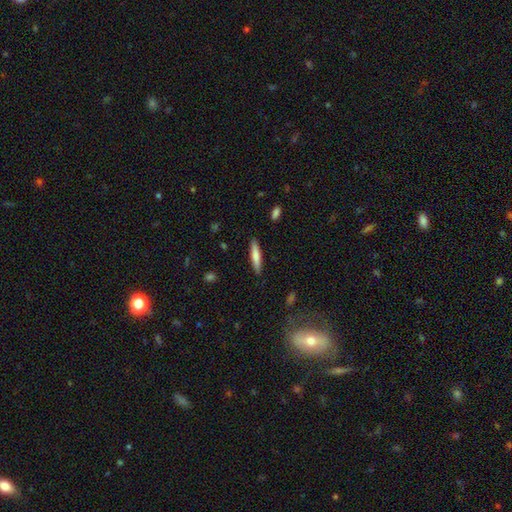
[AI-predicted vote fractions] A smooth galaxy with no disk features (72%) that is cigar-shaped (86%). Merging: none (88%).